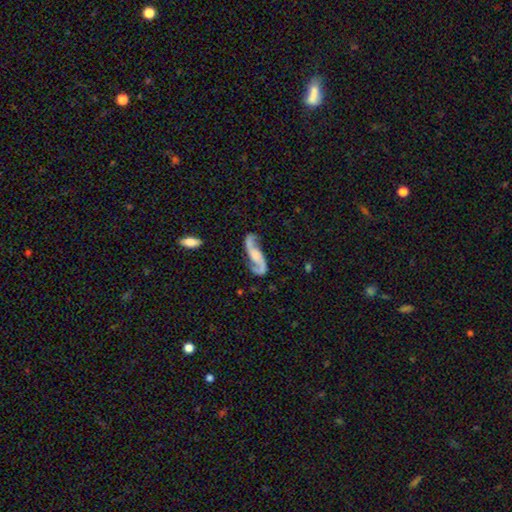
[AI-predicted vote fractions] Smooth or featured? Predicted: featured or disk (p=0.87). Edge-on disk? Predicted: no (p=0.94). Bar? Predicted: no (p=0.52). Spiral arms? Predicted: yes (p=0.97). Spiral winding? Predicted: loose (p=0.66). Spiral arm count? Predicted: 2 (p=0.93). Bulge size? Predicted: none (p=0.33). Merging? Predicted: none (p=0.73).